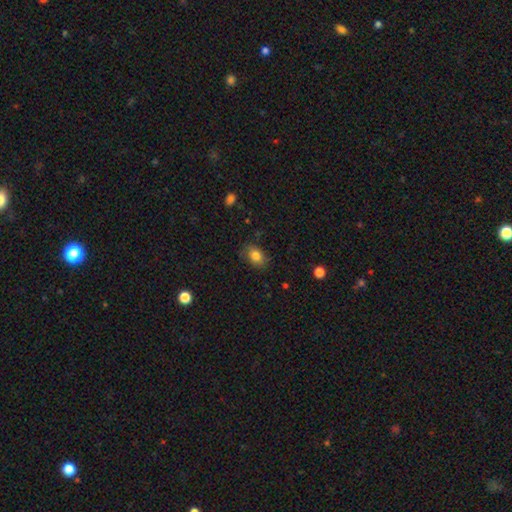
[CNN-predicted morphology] Overall: smooth (81%). How rounded: in between (77%). Merging: none (78%).